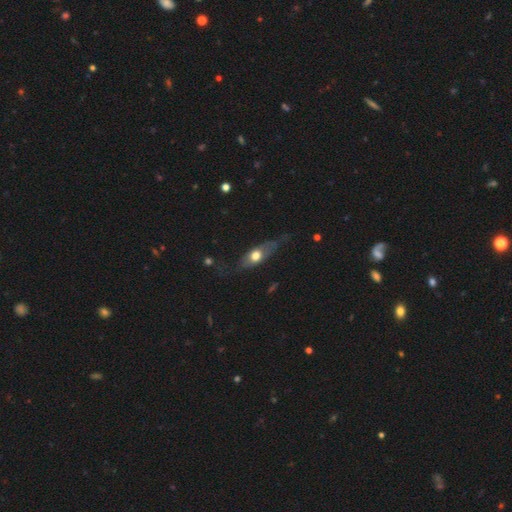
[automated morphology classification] type=smooth (50%); merging=none (66%).